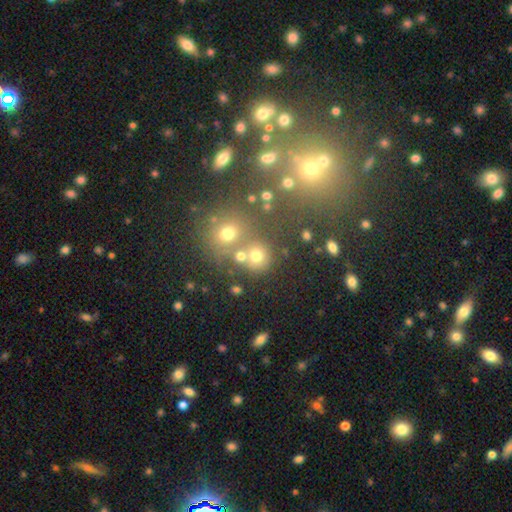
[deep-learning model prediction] The model was most divided on "merging": none: 60%, merger: 26%, minor disturbance: 9%, major disturbance: 5%. More confident: how rounded — round (86%); smooth or featured — smooth (70%).